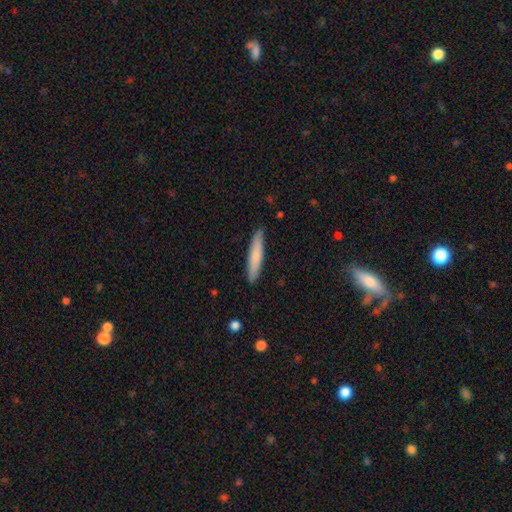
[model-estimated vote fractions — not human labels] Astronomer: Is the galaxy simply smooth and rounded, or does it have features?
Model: smooth — 75%.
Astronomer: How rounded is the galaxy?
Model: cigar-shaped — 91%.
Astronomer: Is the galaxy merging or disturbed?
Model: none — 88%.